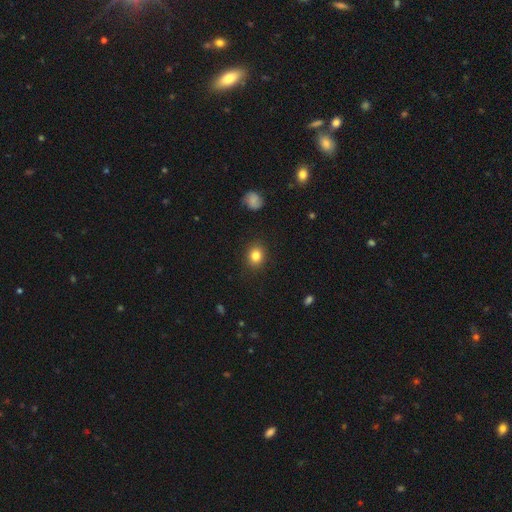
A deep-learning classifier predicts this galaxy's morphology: Smooth or featured: smooth — 83% (star or artifact — 10%)
How rounded: round — 66% (in between — 33%)
Merging: none — 89% (minor disturbance — 8%)